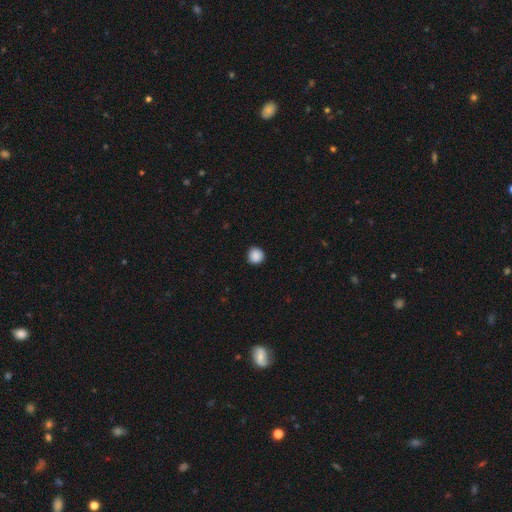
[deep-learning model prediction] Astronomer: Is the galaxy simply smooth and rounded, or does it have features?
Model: smooth — 88%.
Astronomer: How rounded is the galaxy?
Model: round — 94%.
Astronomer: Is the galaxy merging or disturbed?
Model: none — 90%.